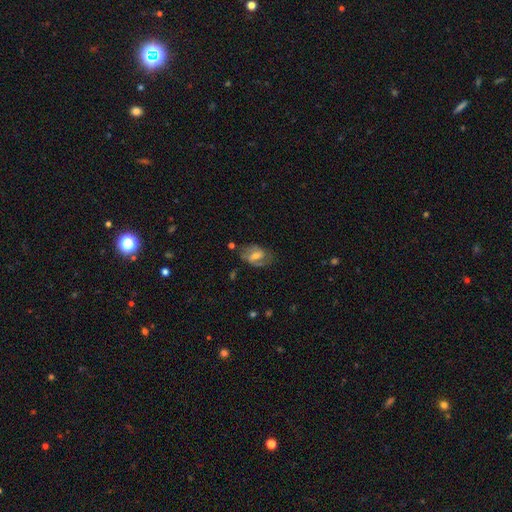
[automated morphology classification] A featured or disk galaxy (58%) with a weak bar (44%), spiral arms (71%) and a moderate central bulge (50%).

Vote fractions:
- Smooth or featured? featured or disk: 58% / smooth: 34% / star or artifact: 8%
- Edge-on disk? no: 94% / yes: 6%
- Bar? weak: 44% / strong: 31% / no: 24%
- Spiral arms? yes: 71% / no: 29%
- Bulge size? moderate: 50% / small: 38% / large: 7% / none: 4% / dominant: 1%
- Merging? none: 59% / minor disturbance: 23% / major disturbance: 14% / merger: 3%